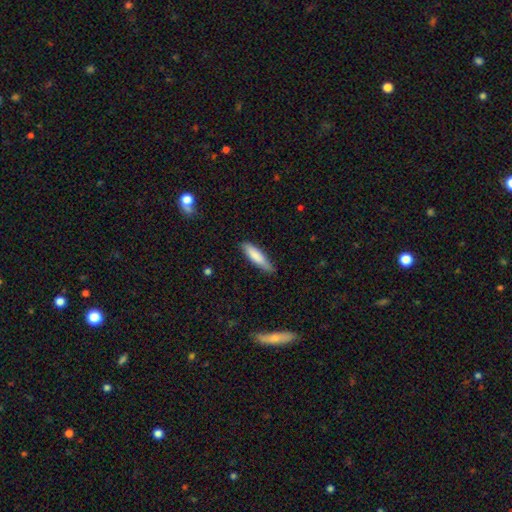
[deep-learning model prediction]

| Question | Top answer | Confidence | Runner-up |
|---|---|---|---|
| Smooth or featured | smooth | 82% | featured or disk (13%) |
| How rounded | cigar-shaped | 72% | in between (26%) |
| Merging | none | 77% | minor disturbance (19%) |